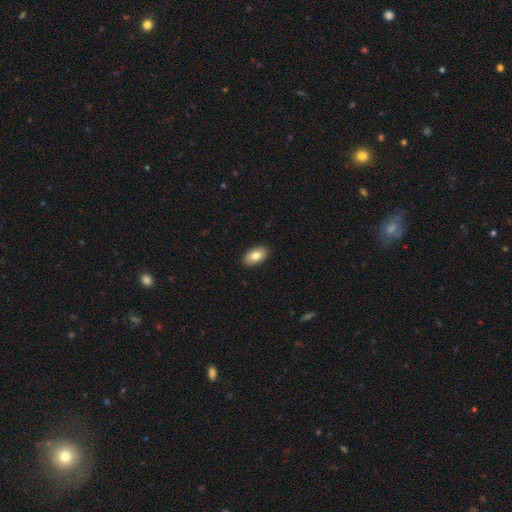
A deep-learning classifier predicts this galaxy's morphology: Q: Smooth or featured?
A: smooth (80%); runner-up: featured or disk (13%)
Q: How rounded?
A: in between (93%); runner-up: round (5%)
Q: Merging?
A: none (90%); runner-up: minor disturbance (7%)